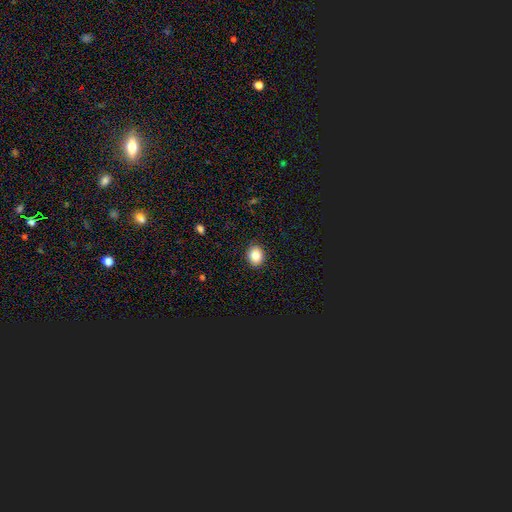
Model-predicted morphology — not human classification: A smooth galaxy with no disk features (85%) that is round (63%).

Vote fractions:
- Smooth or featured? smooth: 85% / star or artifact: 10% / featured or disk: 6%
- How rounded? round: 63% / in between: 36% / cigar-shaped: 1%
- Merging? none: 91% / minor disturbance: 6% / major disturbance: 2% / merger: 1%